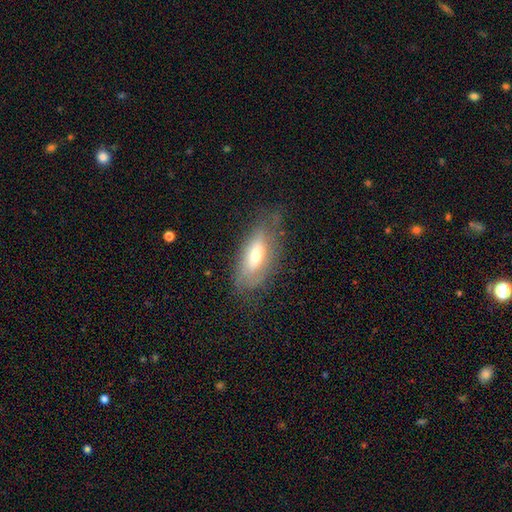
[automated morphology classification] Smooth or featured? Predicted: smooth (p=0.50). How rounded? Predicted: in between (p=0.77). Merging? Predicted: none (p=0.60).